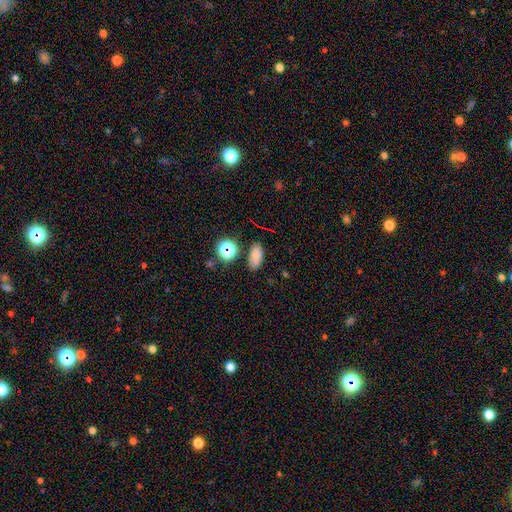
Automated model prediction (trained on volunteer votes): Smooth or featured: smooth — 79% (star or artifact — 15%)
How rounded: in between — 85% (round — 8%)
Merging: none — 84% (minor disturbance — 10%)